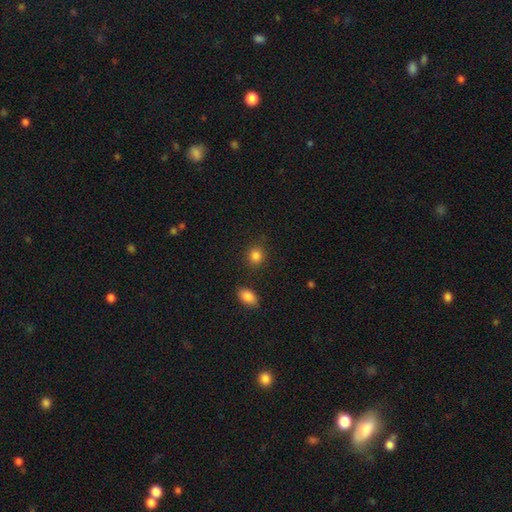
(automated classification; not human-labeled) This is clearly a smooth galaxy (85%). How rounded: likely round (76%). Merging: clearly none (84%).